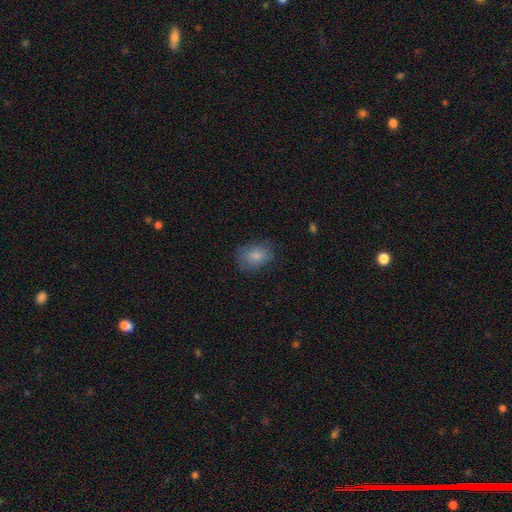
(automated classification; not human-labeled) A smooth galaxy with no disk features (82%) that is in between round and cigar-shaped (74%).

Vote fractions:
- Smooth or featured? smooth: 82% / featured or disk: 10% / star or artifact: 8%
- How rounded? in between: 74% / round: 25% / cigar-shaped: 1%
- Merging? none: 72% / minor disturbance: 21% / major disturbance: 6% / merger: 1%